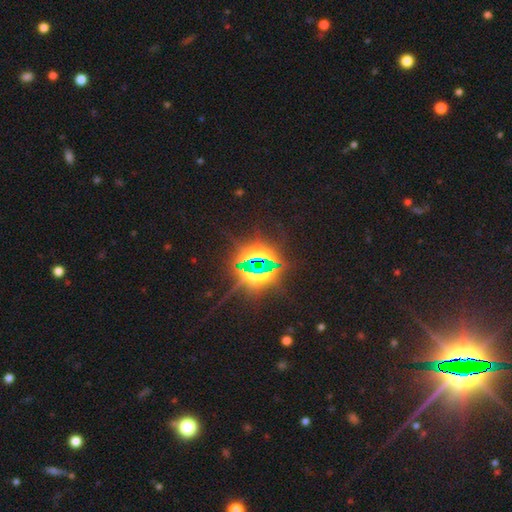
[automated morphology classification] Overall: star or artifact (82%).